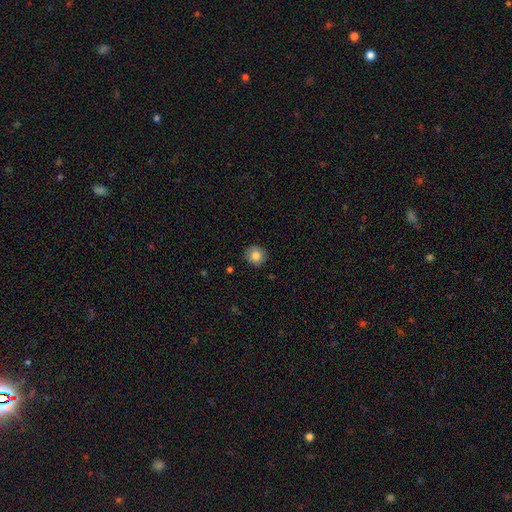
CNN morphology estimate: Smooth or featured: smooth — 82% (star or artifact — 9%)
How rounded: round — 91% (in between — 8%)
Merging: none — 89% (minor disturbance — 8%)